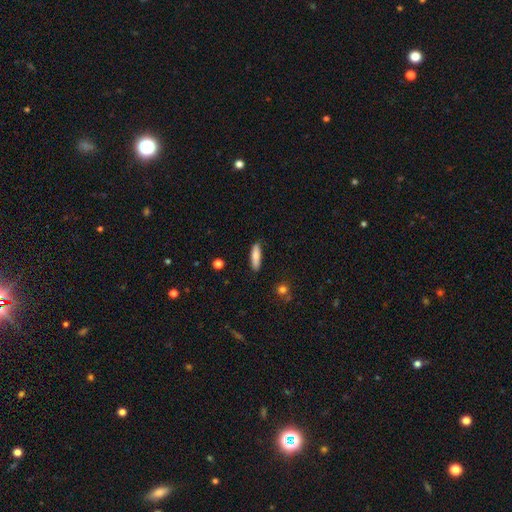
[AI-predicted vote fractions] smooth 80%, featured or disk 14%, star or artifact 6%. Down the decision tree: how rounded — cigar-shaped (57%); merging — none (87%).